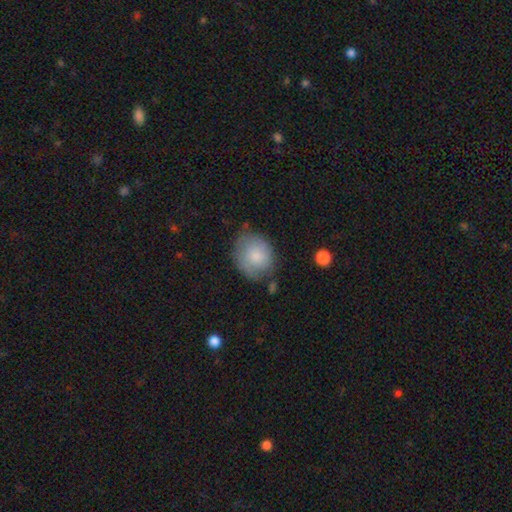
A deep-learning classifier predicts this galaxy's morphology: Overall: smooth (77%). How rounded: round (61%; in between 38%). Merging: none (63%; minor disturbance 26%).